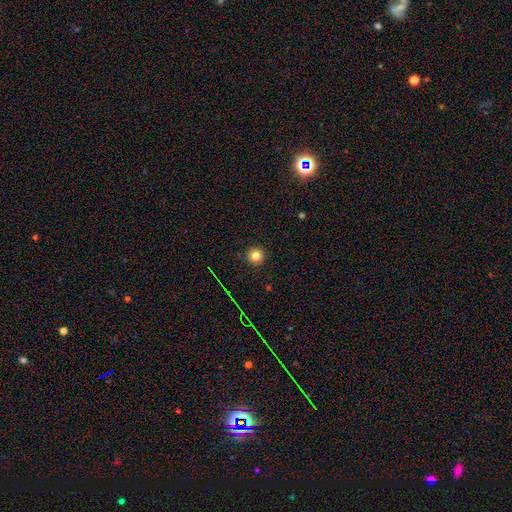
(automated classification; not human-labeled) A smooth galaxy with no disk features (79%) that is round (95%).

Vote fractions:
- Smooth or featured? smooth: 79% / star or artifact: 14% / featured or disk: 7%
- How rounded? round: 95% / in between: 4% / cigar-shaped: 1%
- Merging? none: 92% / minor disturbance: 5% / major disturbance: 2% / merger: 1%